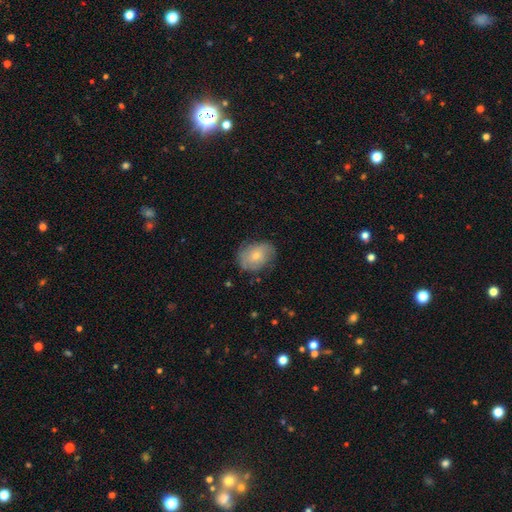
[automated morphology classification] Smooth or featured? smooth (58%)
How rounded? in between (59%)
Merging? none (65%)